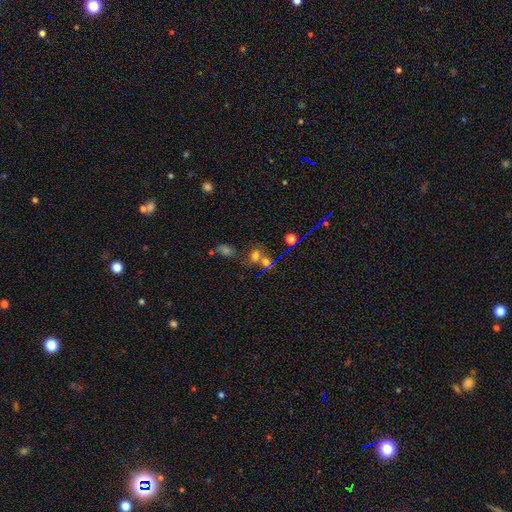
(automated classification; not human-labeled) Smooth or featured?
  - smooth: 58% *
  - star or artifact: 27%
  - featured or disk: 15%
How rounded?
  - in between: 51% *
  - round: 46%
  - cigar-shaped: 3%
Merging?
  - merger: 46% *
  - none: 36%
  - minor disturbance: 10%
  - major disturbance: 8%